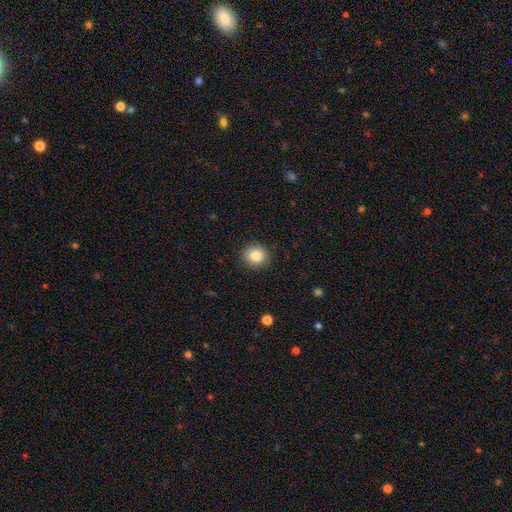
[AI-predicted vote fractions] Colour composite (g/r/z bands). It shows a smooth galaxy with no disk features (85%) that is round (86%). Merging: none (91%).